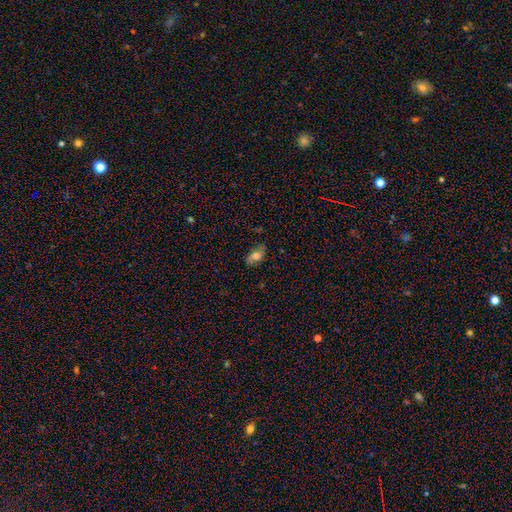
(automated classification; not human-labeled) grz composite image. It shows a smooth galaxy with no disk features (67%) that is in between round and cigar-shaped (89%). Merging: none (73%).